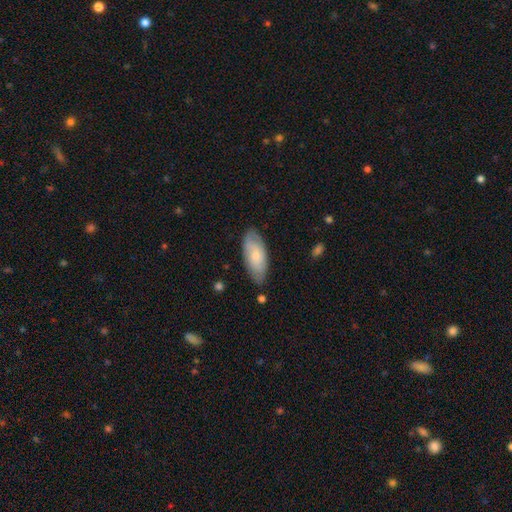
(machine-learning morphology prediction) smooth 57%, featured or disk 37%, star or artifact 6%. Down the decision tree: how rounded — in between (86%); merging — none (76%).